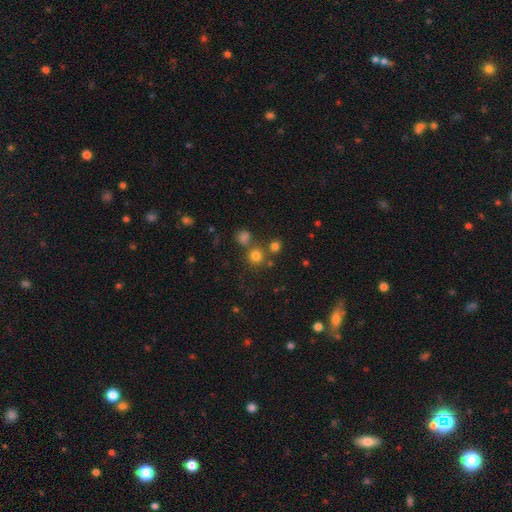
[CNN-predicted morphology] This appears to be a smooth galaxy with no disk features (75%) that is round (91%). Merging: none (72%).